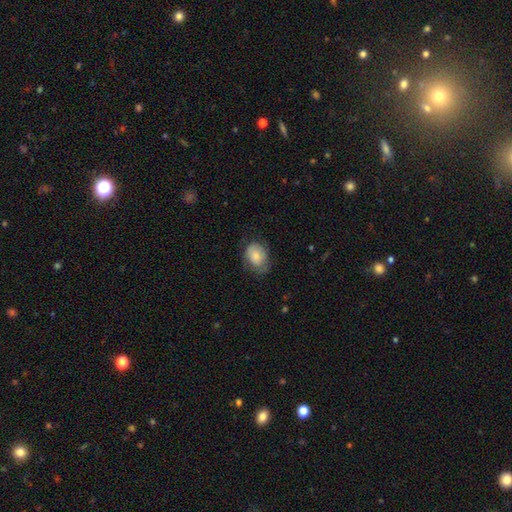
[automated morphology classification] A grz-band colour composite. It shows a smooth galaxy with no disk features (72%) that is in between round and cigar-shaped (63%). Merging: none (58%).